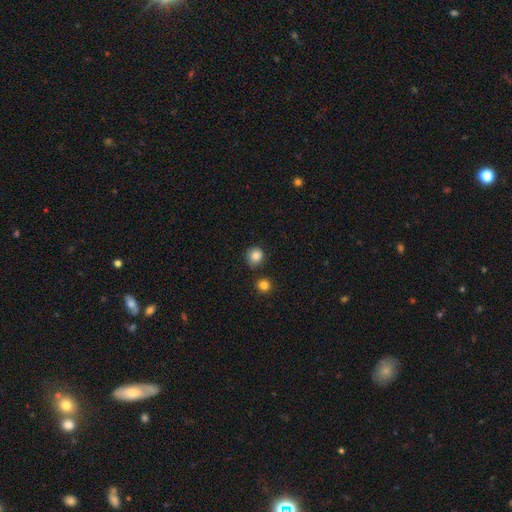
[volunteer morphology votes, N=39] This appears to be a smooth galaxy with no disk features (92%) that is round (81%). Merging: none (78%).